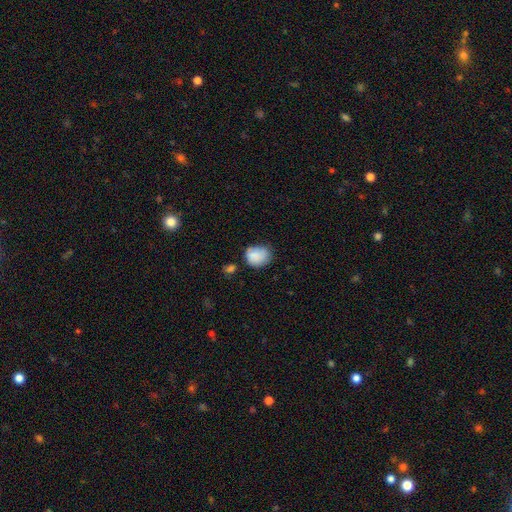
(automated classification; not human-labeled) Smooth or featured? Predicted: smooth (p=0.84). How rounded? Predicted: round (p=0.58). Merging? Predicted: none (p=0.57).